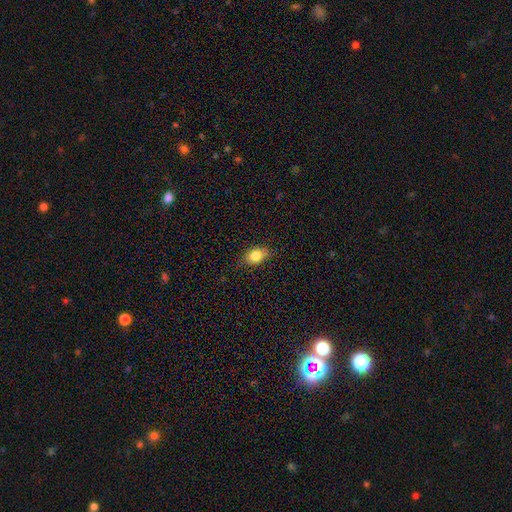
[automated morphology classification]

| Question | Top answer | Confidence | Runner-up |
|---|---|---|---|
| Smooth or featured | smooth | 81% | featured or disk (9%) |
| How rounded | in between | 73% | round (25%) |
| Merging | none | 78% | minor disturbance (18%) |